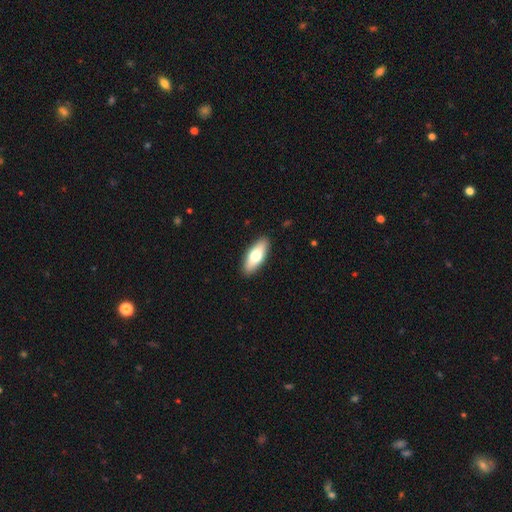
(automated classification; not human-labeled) Overall: smooth (68%). How rounded: in between (69%; cigar-shaped 29%). Merging: none (90%).